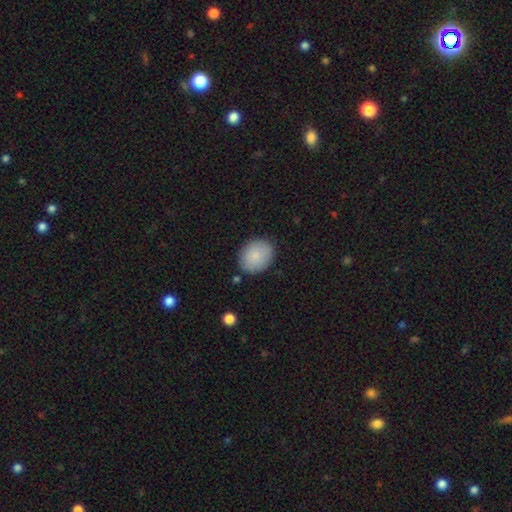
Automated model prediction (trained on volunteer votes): Smooth or featured: smooth — 87% (featured or disk — 7%)
How rounded: in between — 57% (round — 42%)
Merging: none — 83% (minor disturbance — 12%)